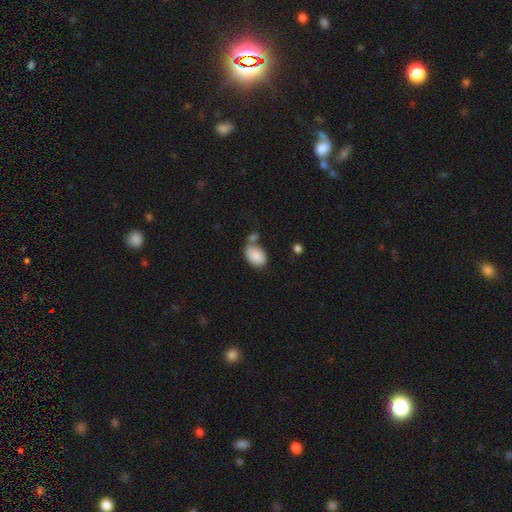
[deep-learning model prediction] Smooth or featured?
  - smooth: 87% *
  - star or artifact: 7%
  - featured or disk: 6%
How rounded?
  - in between: 90% *
  - round: 9%
  - cigar-shaped: 1%
Merging?
  - none: 51% *
  - merger: 24%
  - minor disturbance: 19%
  - major disturbance: 7%